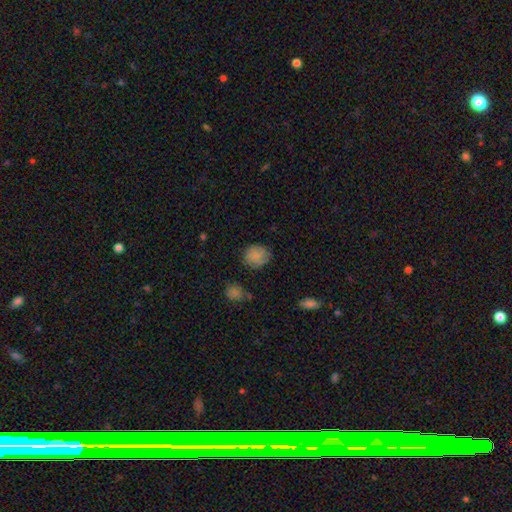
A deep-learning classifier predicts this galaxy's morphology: smooth-or-featured: smooth: 69% | featured or disk: 21% | star or artifact: 10%
  how-rounded: round: 68% | in between: 31% | cigar-shaped: 1%
  merging: none: 71% | minor disturbance: 20% | major disturbance: 6% | merger: 2%